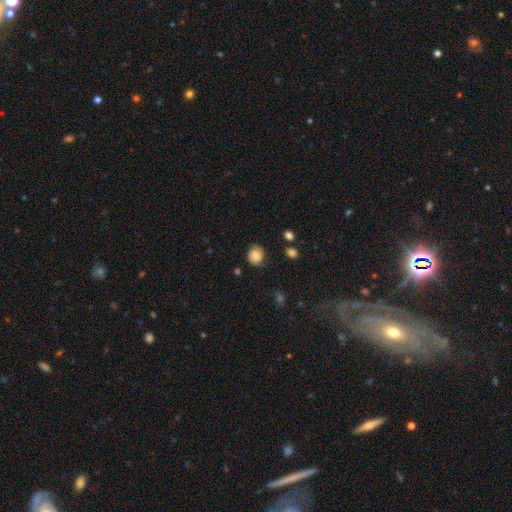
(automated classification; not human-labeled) smooth 85%, star or artifact 9%, featured or disk 6%. Down the decision tree: how rounded — round (74%); merging — none (79%).